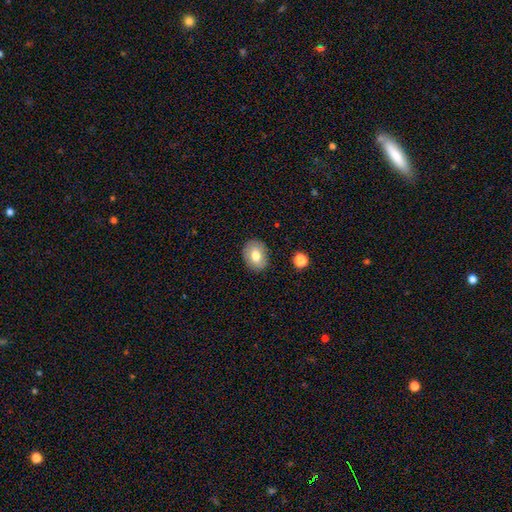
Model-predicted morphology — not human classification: Smooth or featured? Predicted: smooth (p=0.74). How rounded? Predicted: in between (p=0.59). Merging? Predicted: none (p=0.85).